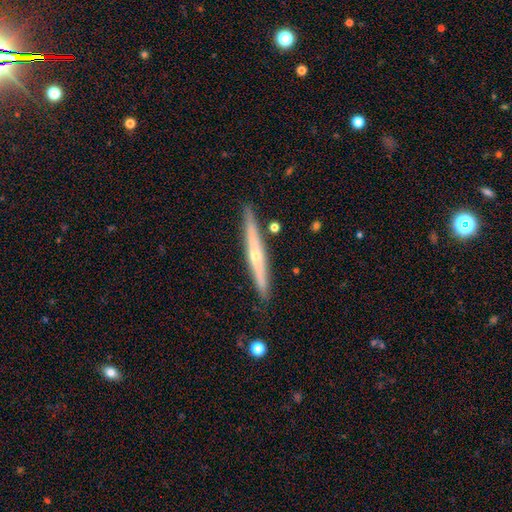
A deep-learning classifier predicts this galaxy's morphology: Overall: featured or disk (68%). Edge-on disk: yes (96%). Edge-on bulge: rounded (79%). Merging: none (88%).